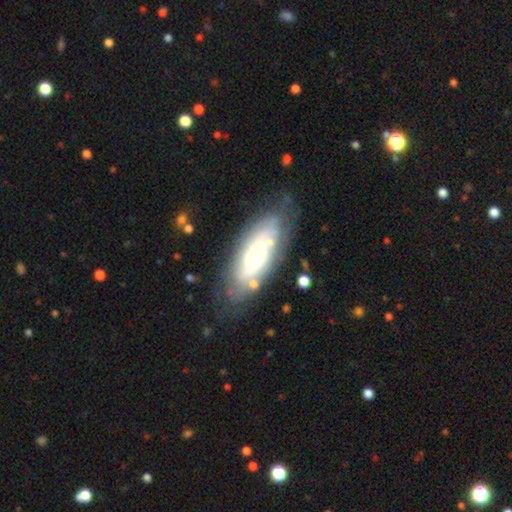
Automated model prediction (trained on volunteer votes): A featured or disk galaxy (64%) with no bar (80%), spiral arms (68%) and a moderate central bulge (54%).

Vote fractions:
- Smooth or featured? featured or disk: 64% / smooth: 30% / star or artifact: 7%
- Edge-on disk? no: 84% / yes: 16%
- Bar? no: 80% / weak: 15% / strong: 5%
- Spiral arms? yes: 68% / no: 32%
- Bulge size? moderate: 54% / small: 34% / large: 9% / dominant: 2% / none: 1%
- Merging? none: 69% / minor disturbance: 19% / major disturbance: 8% / merger: 4%